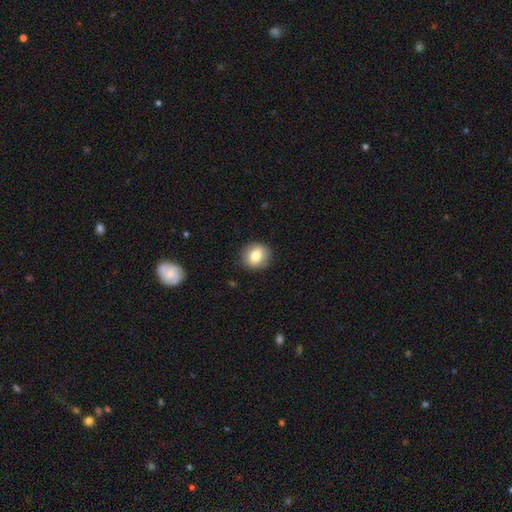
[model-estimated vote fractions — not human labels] A smooth galaxy with no disk features (78%) that is round (85%). Merging: none (89%).